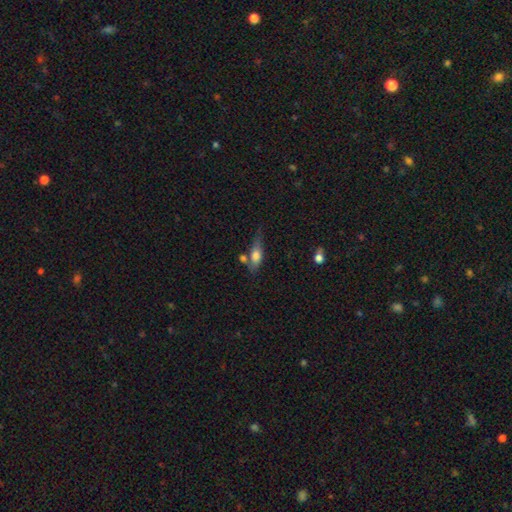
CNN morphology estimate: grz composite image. It shows a smooth galaxy with no disk features (66%) that is in between round and cigar-shaped (64%). Merging: none (46%).